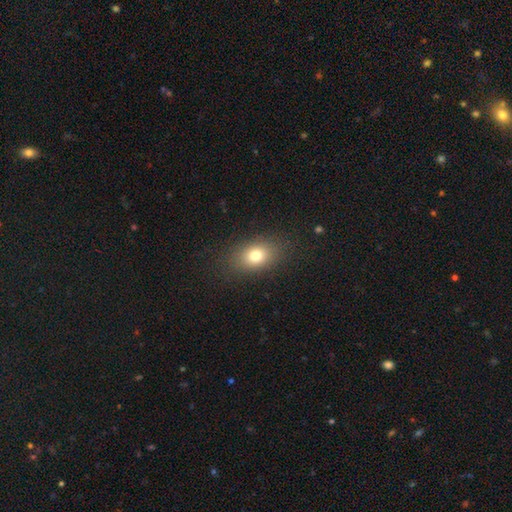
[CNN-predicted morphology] Q: Smooth or featured?
A: smooth (78%); runner-up: featured or disk (11%)
Q: How rounded?
A: in between (76%); runner-up: round (22%)
Q: Merging?
A: none (85%); runner-up: minor disturbance (10%)